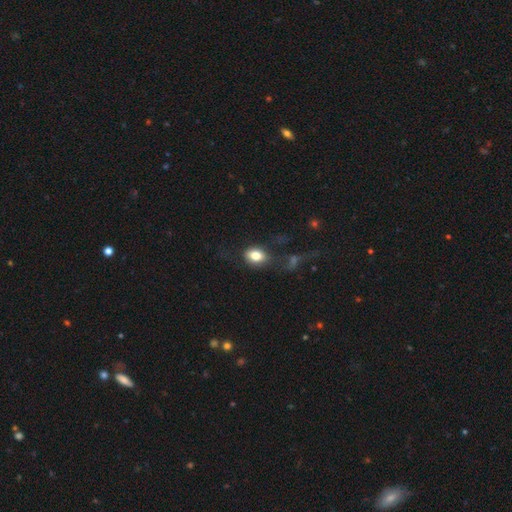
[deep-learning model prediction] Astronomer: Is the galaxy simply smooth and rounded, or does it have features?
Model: smooth — 80%.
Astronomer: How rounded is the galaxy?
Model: in between — 73%.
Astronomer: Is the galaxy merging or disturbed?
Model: none — 51%.